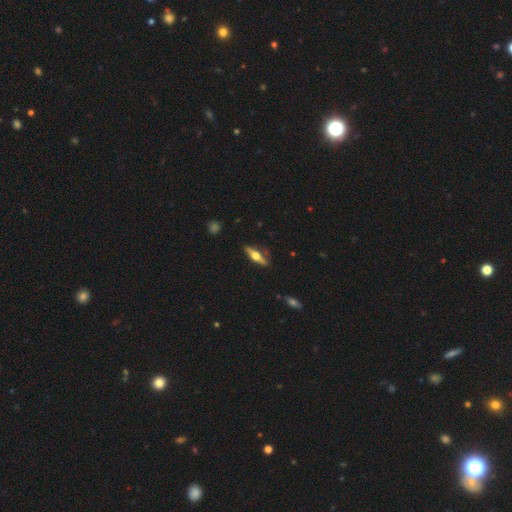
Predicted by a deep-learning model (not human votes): Smooth or featured? Predicted: featured or disk (p=0.66). Edge-on disk? Predicted: yes (p=0.96). Edge-on bulge? Predicted: rounded (p=0.94). Merging? Predicted: none (p=0.85).